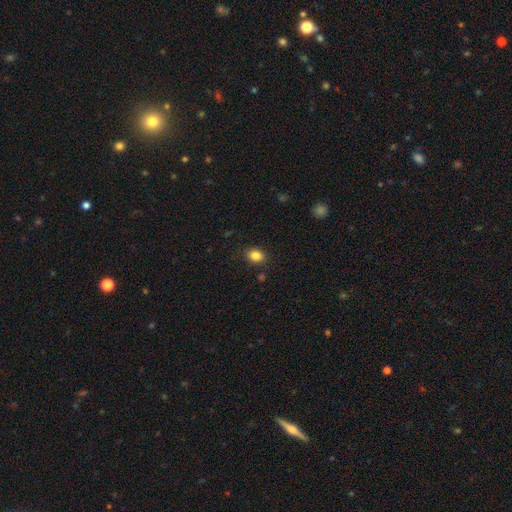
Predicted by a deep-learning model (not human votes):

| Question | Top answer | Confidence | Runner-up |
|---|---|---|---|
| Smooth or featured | smooth | 85% | star or artifact (11%) |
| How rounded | in between | 55% | round (44%) |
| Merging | none | 87% | minor disturbance (9%) |